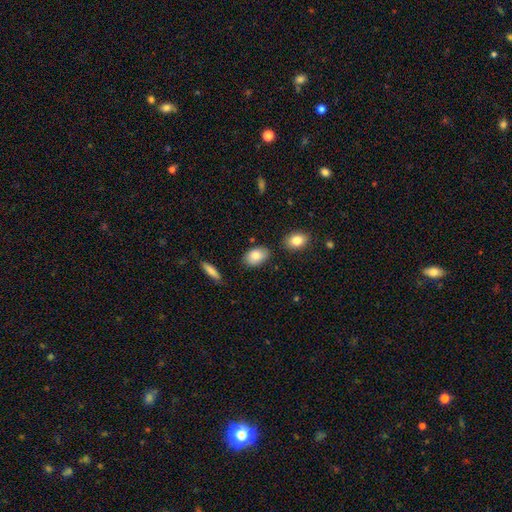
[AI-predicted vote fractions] Smooth or featured?
  - smooth: 83% *
  - featured or disk: 11%
  - star or artifact: 7%
How rounded?
  - in between: 91% *
  - round: 7%
  - cigar-shaped: 2%
Merging?
  - none: 78% *
  - minor disturbance: 16%
  - merger: 4%
  - major disturbance: 3%